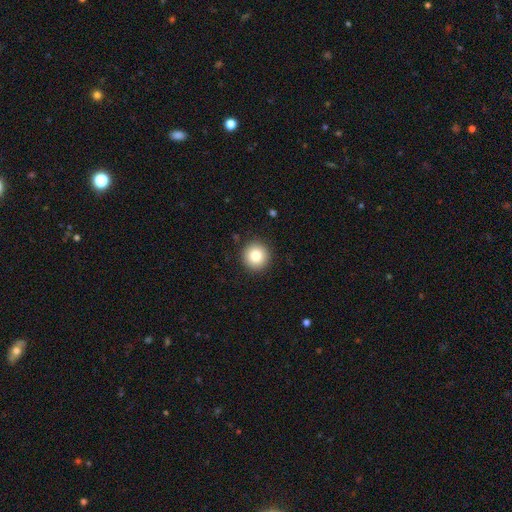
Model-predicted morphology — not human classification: This is clearly a smooth galaxy (84%). How rounded: clearly round (95%). Merging: clearly none (92%).